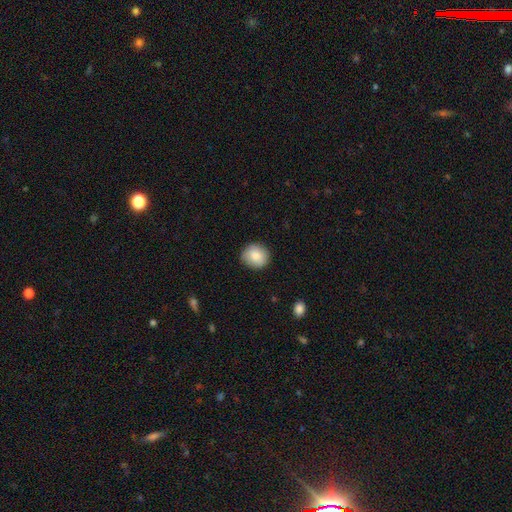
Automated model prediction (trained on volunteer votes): This appears to be a smooth galaxy with no disk features (85%) that is round (88%). Merging: none (88%).